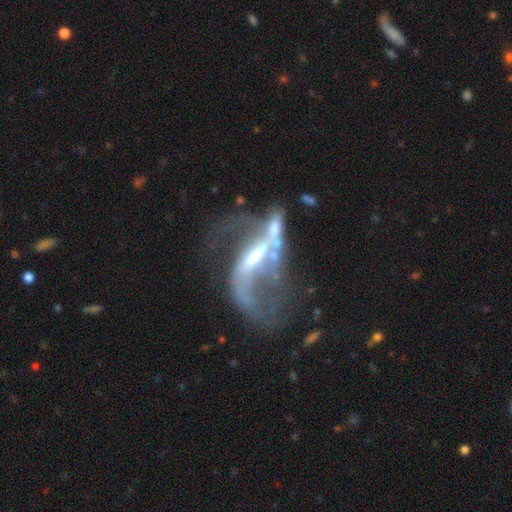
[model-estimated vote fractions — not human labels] smooth-or-featured: featured or disk: 81% | smooth: 10% | star or artifact: 9%
  disk-edge-on: no: 90% | yes: 10%
    bar: strong: 49% | weak: 33% | no: 18%
    has-spiral-arms: yes: 77% | no: 23%
      spiral-winding: loose: 76% | medium: 18% | tight: 5%
      spiral-arm-count: 2: 70% | 1: 14% | can't tell: 11% | 3: 2% | 4: 1% | more than 4: 1%
    bulge-size: moderate: 44% | small: 33% | none: 13% | large: 8% | dominant: 2%
  merging: major disturbance: 36% | merger: 29% | none: 24% | minor disturbance: 11%